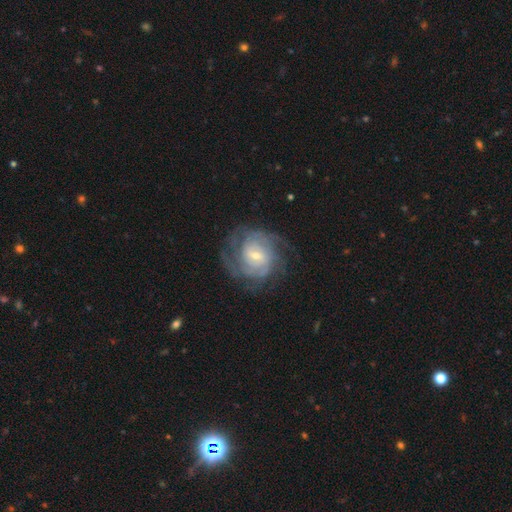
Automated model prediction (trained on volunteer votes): Smooth or featured?
  - featured or disk: 84% *
  - smooth: 10%
  - star or artifact: 6%
Edge-on disk?
  - no: 97% *
  - yes: 3%
Bar?
  - weak: 54% *
  - no: 31%
  - strong: 15%
Spiral arms?
  - yes: 95% *
  - no: 5%
Spiral winding?
  - tight: 60% *
  - medium: 32%
  - loose: 8%
Spiral arm count?
  - can't tell: 34% *
  - 2: 27%
  - 3: 18%
  - 4: 11%
  - more than 4: 5%
  - 1: 5%
Bulge size?
  - small: 60% *
  - moderate: 34%
  - large: 3%
  - none: 2%
  - dominant: 1%
Merging?
  - none: 73% *
  - minor disturbance: 16%
  - major disturbance: 10%
  - merger: 1%